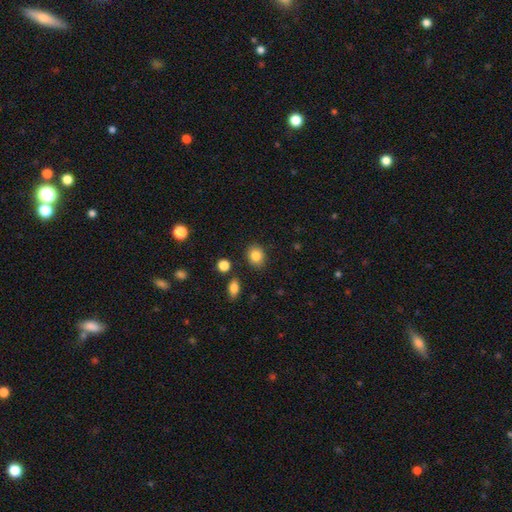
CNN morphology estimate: smooth-or-featured: smooth: 84% | star or artifact: 10% | featured or disk: 6%
  how-rounded: round: 66% | in between: 33% | cigar-shaped: 1%
  merging: none: 86% | minor disturbance: 9% | merger: 3% | major disturbance: 2%